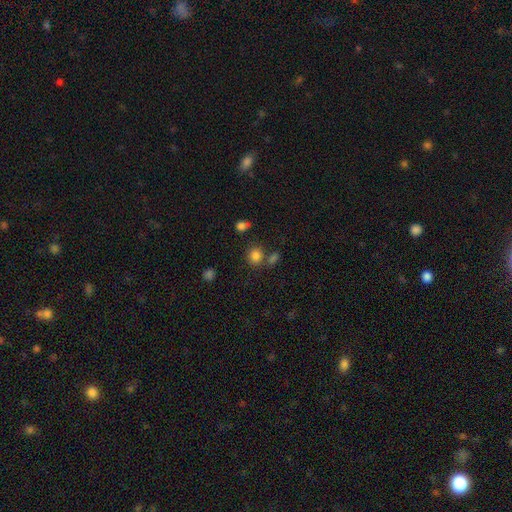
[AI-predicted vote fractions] Smooth or featured? smooth (81%)
How rounded? round (79%)
Merging? none (68%)